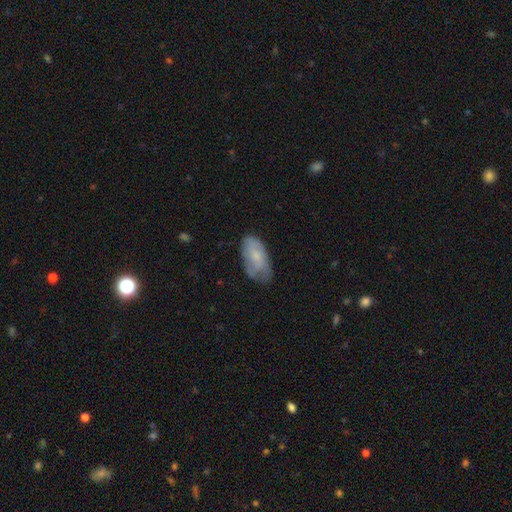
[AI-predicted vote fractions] A smooth galaxy with no disk features (64%) that is in between round and cigar-shaped (93%). Merging: none (51%).